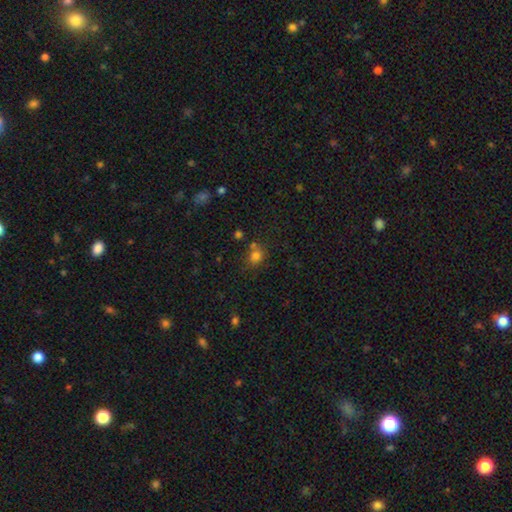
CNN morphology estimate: A smooth galaxy with no disk features (77%) that is round (72%). Merging: none (59%).